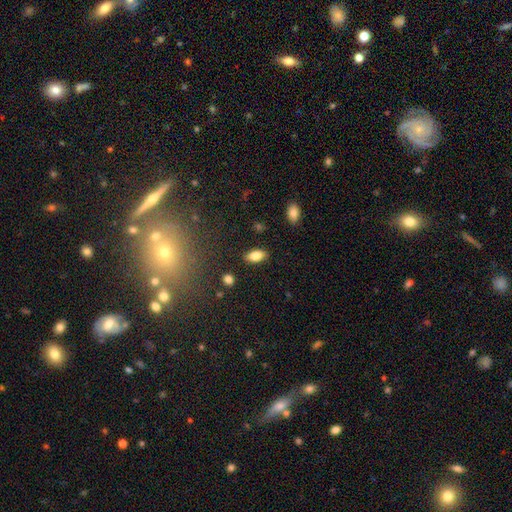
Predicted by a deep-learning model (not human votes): Overall: smooth (81%). How rounded: in between (90%). Merging: none (86%).